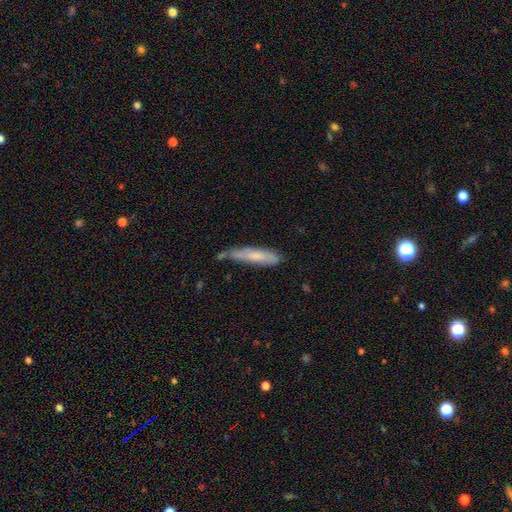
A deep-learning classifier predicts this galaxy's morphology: type=smooth (65%); roundness=cigar-shaped (84%); merging=none (57%).